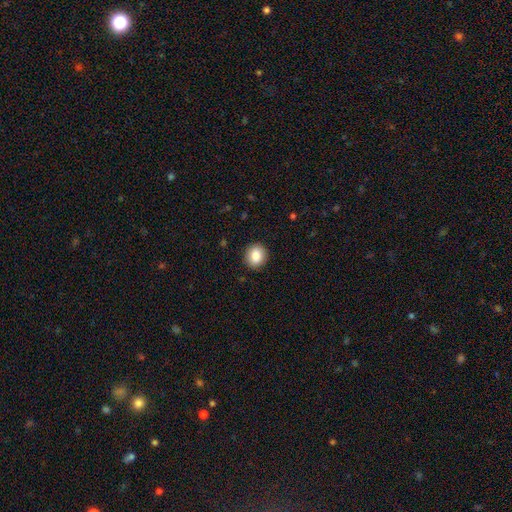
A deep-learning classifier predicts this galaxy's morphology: type=smooth (87%); roundness=round (72%); merging=none (90%).